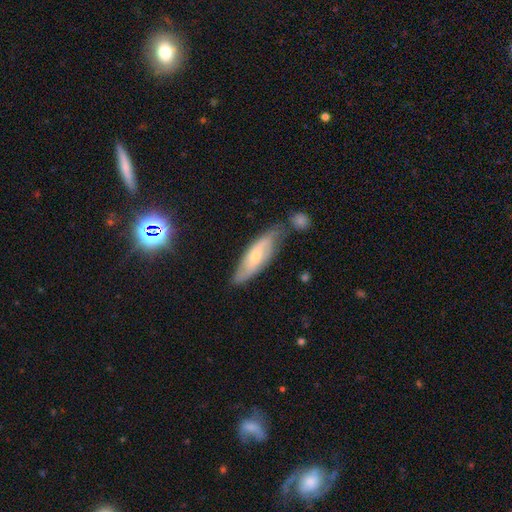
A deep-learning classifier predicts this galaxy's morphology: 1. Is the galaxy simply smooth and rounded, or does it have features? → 50% featured or disk, 43% smooth, 6% star or artifact.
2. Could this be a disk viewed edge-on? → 72% no, 28% yes.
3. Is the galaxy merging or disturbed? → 65% none, 22% minor disturbance, 8% merger, 5% major disturbance.